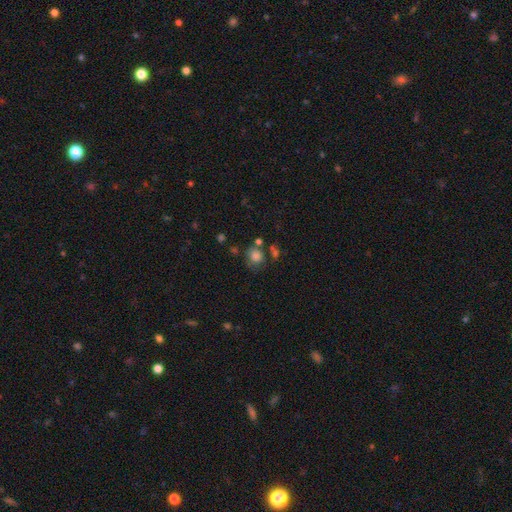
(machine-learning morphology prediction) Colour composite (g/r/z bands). It shows a smooth galaxy with no disk features (79%) that is round (80%). Merging: none (61%).